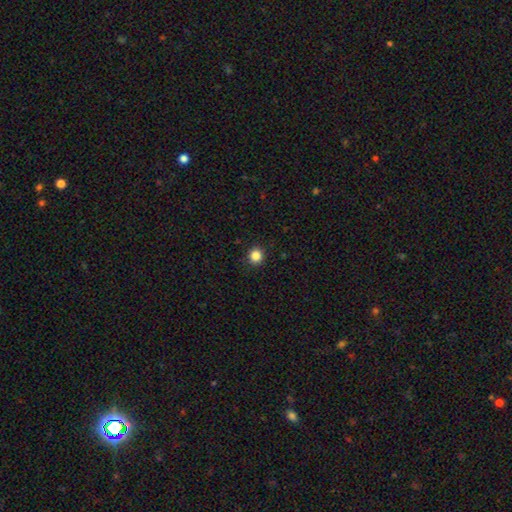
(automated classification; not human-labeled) This is clearly a smooth galaxy (85%). How rounded: clearly round (90%). Merging: clearly none (91%).